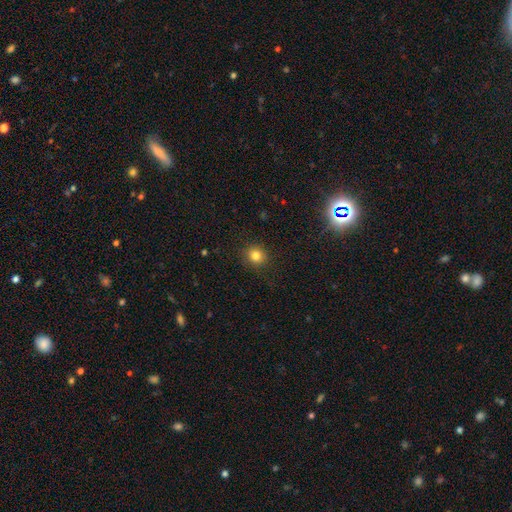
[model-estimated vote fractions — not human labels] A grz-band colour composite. It shows a smooth galaxy with no disk features (81%) that is round (88%). Merging: none (89%).